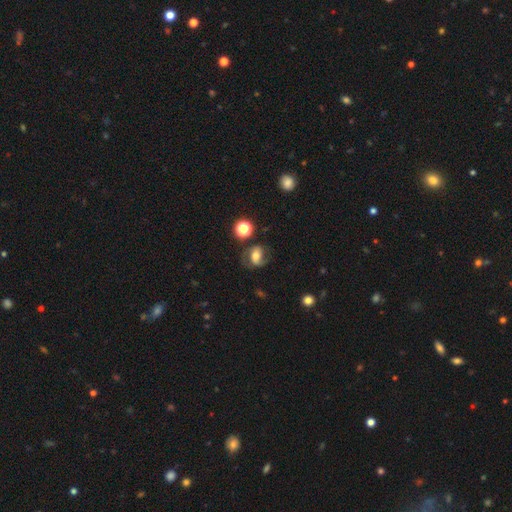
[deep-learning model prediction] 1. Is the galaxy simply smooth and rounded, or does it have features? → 53% featured or disk, 35% smooth, 12% star or artifact.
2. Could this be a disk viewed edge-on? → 96% no, 4% yes.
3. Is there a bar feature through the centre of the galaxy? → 40% no, 37% weak, 23% strong.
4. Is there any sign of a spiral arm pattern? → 84% yes, 16% no.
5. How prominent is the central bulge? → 53% moderate, 22% large, 17% small, 4% dominant, 3% none.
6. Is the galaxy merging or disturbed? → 64% none, 19% minor disturbance, 13% major disturbance, 4% merger.